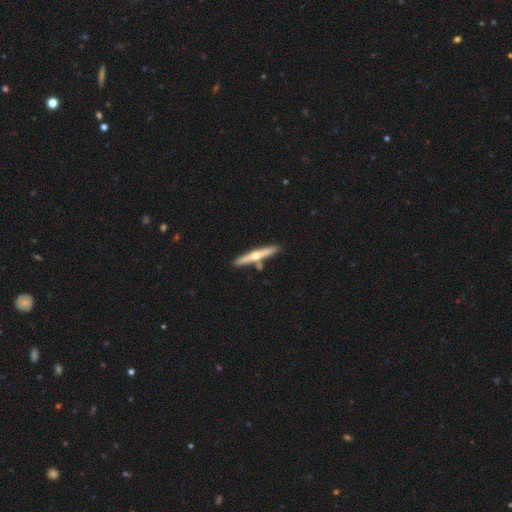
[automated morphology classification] featured or disk 62%, smooth 33%, star or artifact 5%. Down the decision tree: edge-on disk — yes (96%); edge-on bulge — rounded (91%); merging — none (81%).